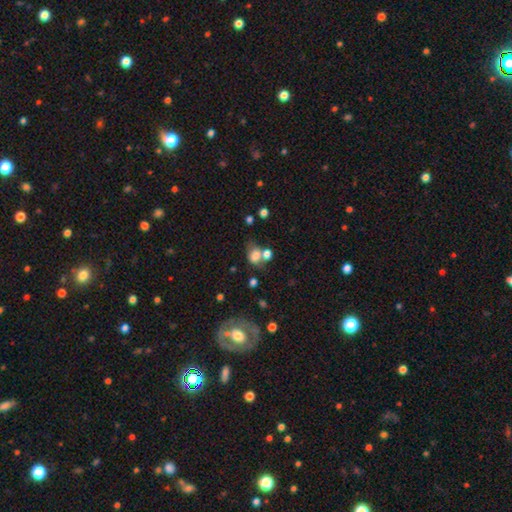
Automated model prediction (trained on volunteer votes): Smooth or featured? smooth (75%)
How rounded? in between (60%)
Merging? merger (38%)